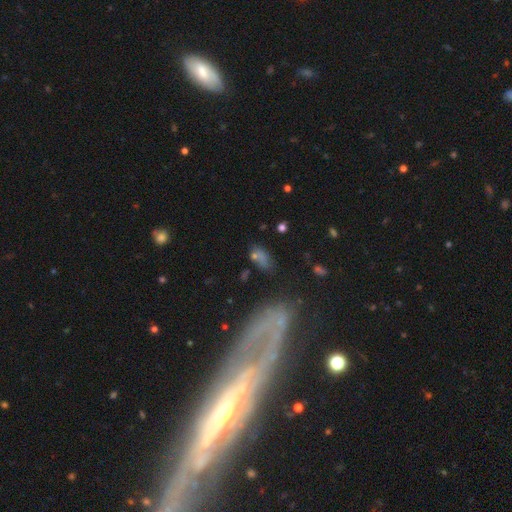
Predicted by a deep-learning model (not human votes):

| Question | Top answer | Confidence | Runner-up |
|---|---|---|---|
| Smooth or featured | smooth | 55% | featured or disk (23%) |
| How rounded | in between | 77% | round (14%) |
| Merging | none | 59% | minor disturbance (19%) |